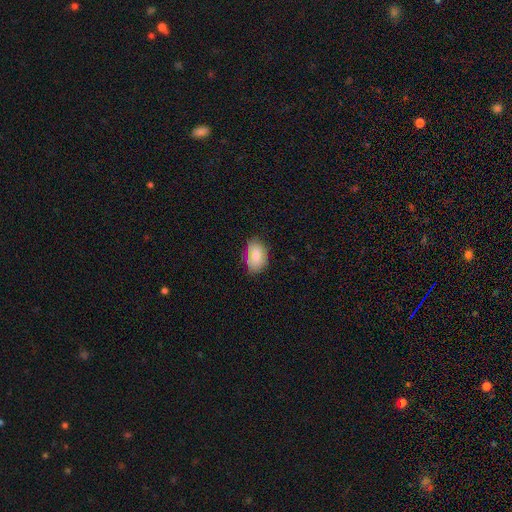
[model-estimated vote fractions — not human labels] A smooth galaxy with no disk features (79%) that is in between round and cigar-shaped (88%). Merging: none (72%).